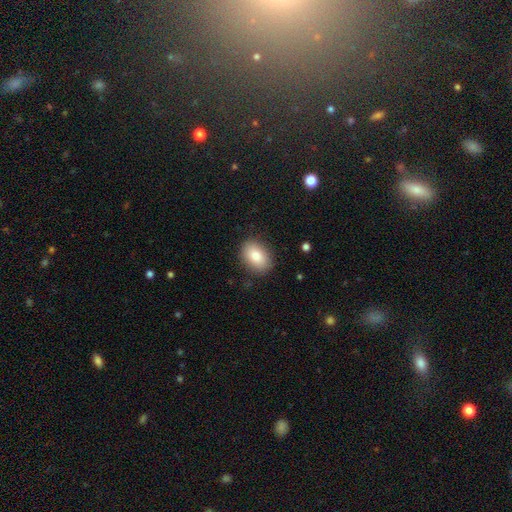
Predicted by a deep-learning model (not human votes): Q: Smooth or featured?
A: smooth (84%); runner-up: featured or disk (8%)
Q: How rounded?
A: in between (78%); runner-up: round (20%)
Q: Merging?
A: none (86%); runner-up: minor disturbance (10%)